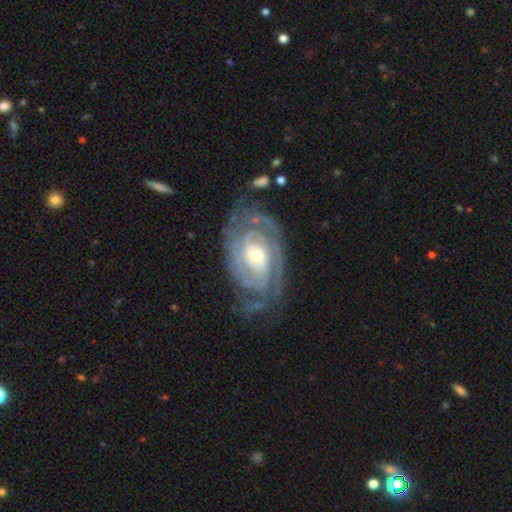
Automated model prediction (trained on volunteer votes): smooth-or-featured: featured or disk: 90% | smooth: 5% | star or artifact: 5%
  disk-edge-on: no: 96% | yes: 4%
    bar: no: 67% | weak: 23% | strong: 10%
    has-spiral-arms: yes: 97% | no: 3%
      spiral-winding: tight: 78% | medium: 18% | loose: 4%
      spiral-arm-count: 2: 31% | can't tell: 25% | 3: 20% | 4: 12% | more than 4: 7% | 1: 6%
    bulge-size: moderate: 49% | small: 46% | large: 3% | none: 1% | dominant: 1%
  merging: none: 71% | minor disturbance: 19% | major disturbance: 8% | merger: 2%